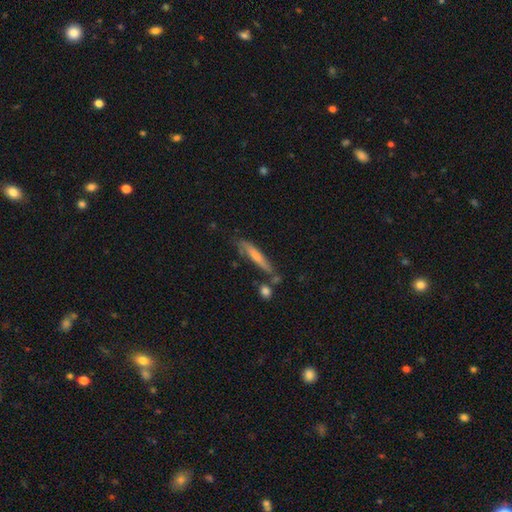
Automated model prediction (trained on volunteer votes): Overall: featured or disk (47%; smooth 45%). Merging: none (69%).